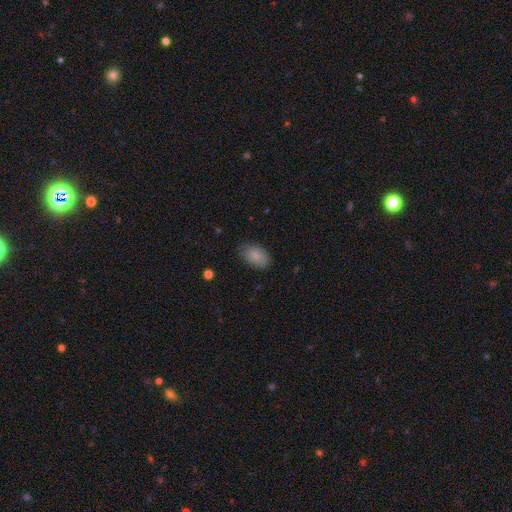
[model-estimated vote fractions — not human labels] Morphology: type=smooth (84%); roundness=in between (88%); merging=none (76%).